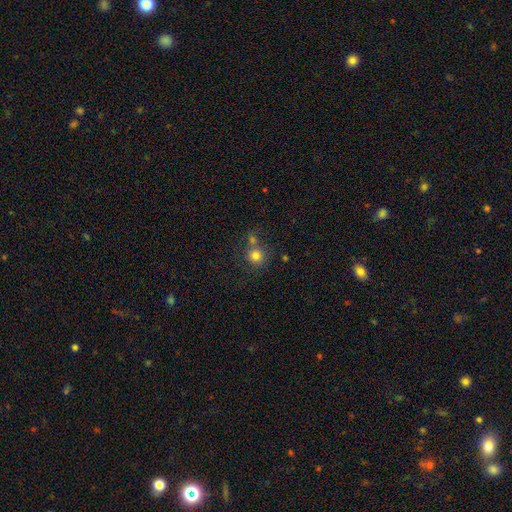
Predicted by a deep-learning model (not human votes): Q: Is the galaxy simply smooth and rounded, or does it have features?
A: smooth — 78%.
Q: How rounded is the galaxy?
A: round — 89%.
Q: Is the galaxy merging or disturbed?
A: none — 56%.